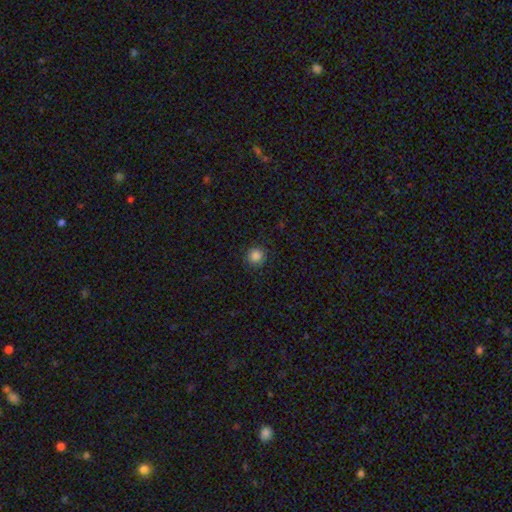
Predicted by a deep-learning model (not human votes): A smooth galaxy with no disk features (86%) that is round (94%). Merging: none (90%).